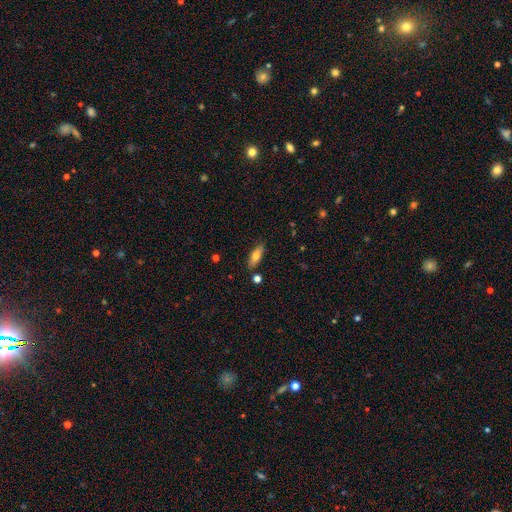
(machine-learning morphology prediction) smooth_or_featured: smooth (p=0.75) [alt: featured or disk p=0.18]
how_rounded: in between (p=0.63) [alt: cigar-shaped p=0.35]
merging: none (p=0.84) [alt: minor disturbance p=0.11]